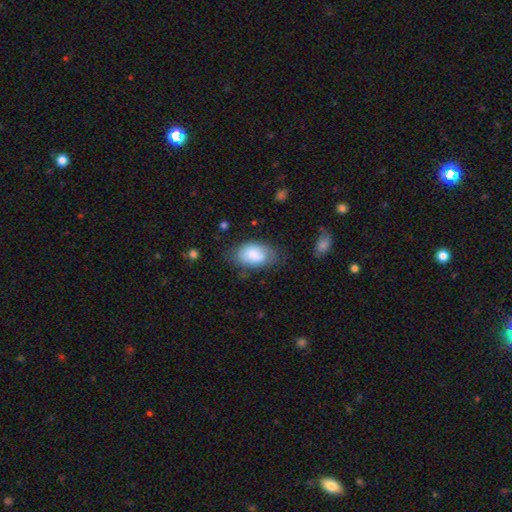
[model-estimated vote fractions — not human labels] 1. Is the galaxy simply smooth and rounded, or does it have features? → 78% smooth, 15% featured or disk, 7% star or artifact.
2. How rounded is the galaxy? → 92% in between, 7% round, 1% cigar-shaped.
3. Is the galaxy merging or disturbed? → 61% none, 28% minor disturbance, 9% major disturbance, 2% merger.